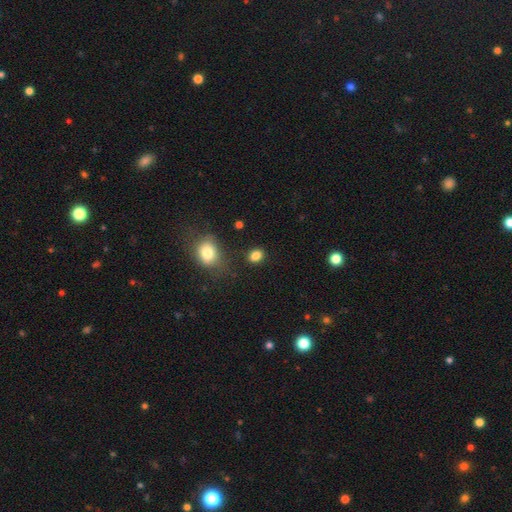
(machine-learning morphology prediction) Smooth or featured? smooth (84%)
How rounded? in between (52%)
Merging? none (83%)